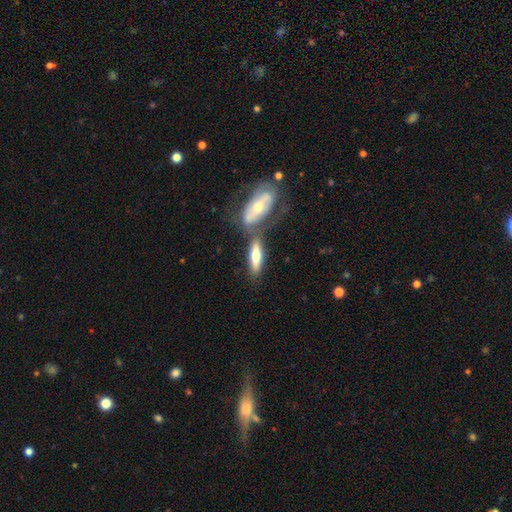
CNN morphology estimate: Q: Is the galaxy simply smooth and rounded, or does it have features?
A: smooth — 55%.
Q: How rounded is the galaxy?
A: cigar-shaped — 56%.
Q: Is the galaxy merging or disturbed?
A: none — 48%.